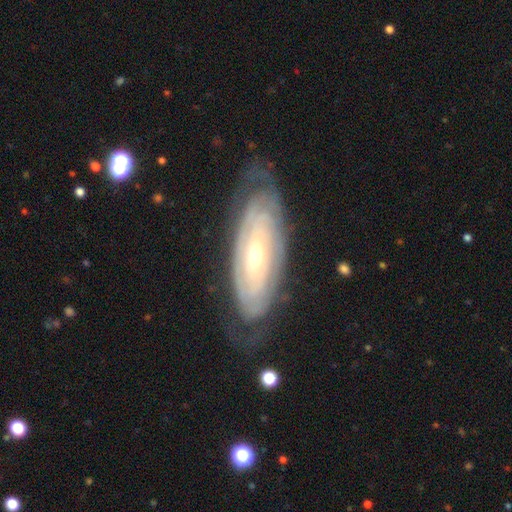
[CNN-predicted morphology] smooth_or_featured: featured or disk (p=0.82) [alt: smooth p=0.13]
disk_edge_on: no (p=0.88) [alt: yes p=0.12]
bar: no (p=0.65) [alt: weak p=0.24]
has_spiral_arms: yes (p=0.88) [alt: no p=0.12]
spiral_winding: tight (p=0.83) [alt: medium p=0.13]
spiral_arm_count: can't tell (p=0.61) [alt: 2 p=0.15]
bulge_size: small (p=0.60) [alt: moderate p=0.36]
merging: none (p=0.74) [alt: minor disturbance p=0.18]